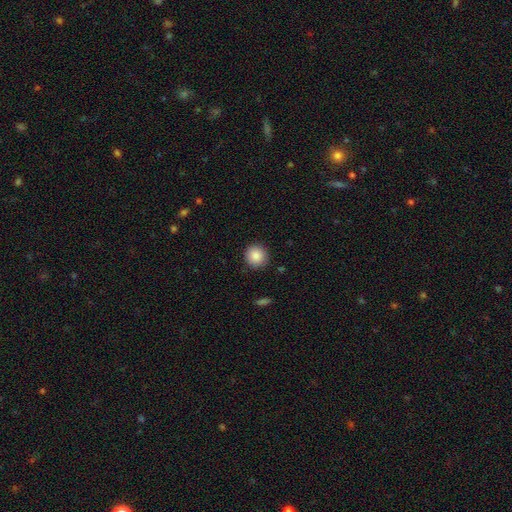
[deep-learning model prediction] smooth 88%, star or artifact 8%, featured or disk 4%. Down the decision tree: how rounded — round (90%); merging — none (90%).